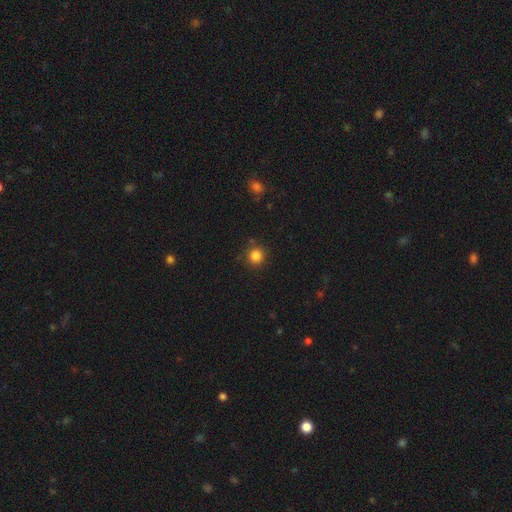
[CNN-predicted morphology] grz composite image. It shows a smooth galaxy with no disk features (84%) that is round (93%). Merging: none (87%).